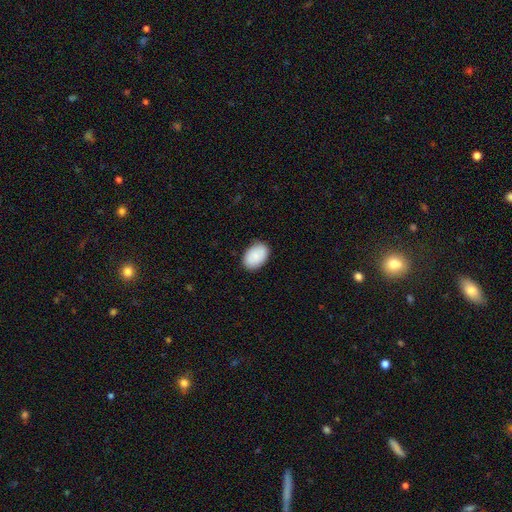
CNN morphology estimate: Overall: smooth (88%). How rounded: in between (89%). Merging: none (86%).